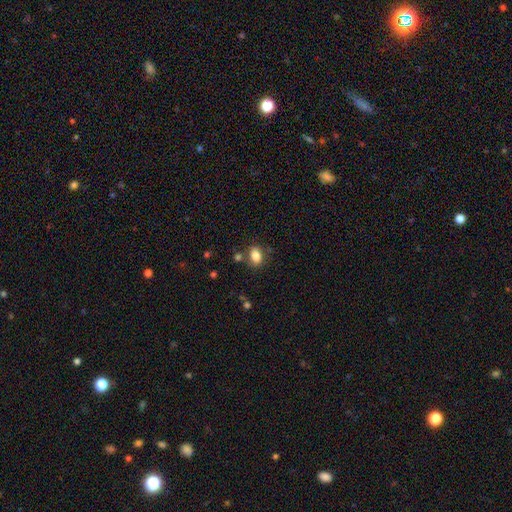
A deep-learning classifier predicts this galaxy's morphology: A smooth galaxy with no disk features (84%) that is in between round and cigar-shaped (74%).

Vote fractions:
- Smooth or featured? smooth: 84% / star or artifact: 9% / featured or disk: 7%
- How rounded? in between: 74% / round: 25% / cigar-shaped: 1%
- Merging? none: 73% / minor disturbance: 14% / merger: 10% / major disturbance: 4%